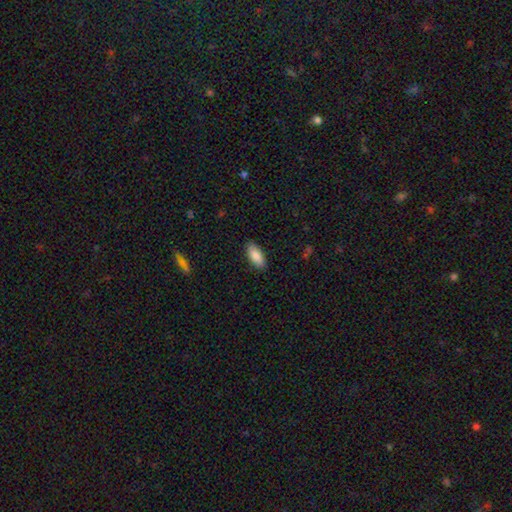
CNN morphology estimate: A smooth galaxy with no disk features (87%) that is in between round and cigar-shaped (87%). Merging: none (88%).